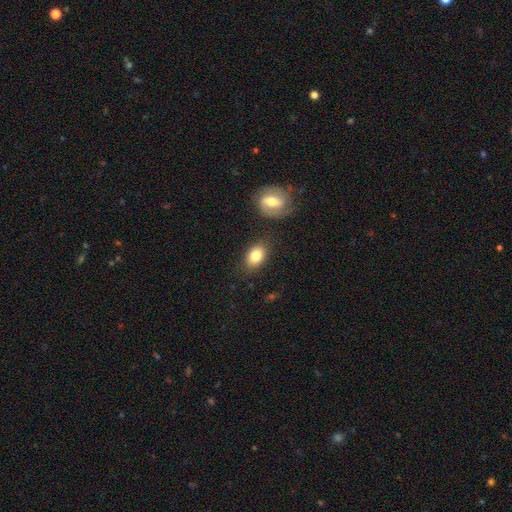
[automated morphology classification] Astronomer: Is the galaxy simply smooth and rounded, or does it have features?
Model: smooth — 81%.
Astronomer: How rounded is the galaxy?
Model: in between — 82%.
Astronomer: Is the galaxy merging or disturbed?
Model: none — 77%.